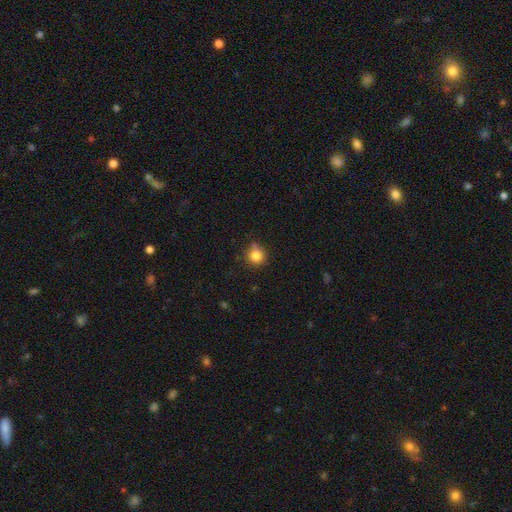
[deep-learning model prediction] smooth_or_featured: smooth (p=0.83) [alt: star or artifact p=0.11]
how_rounded: round (p=0.93) [alt: in between p=0.06]
merging: none (p=0.78) [alt: minor disturbance p=0.14]